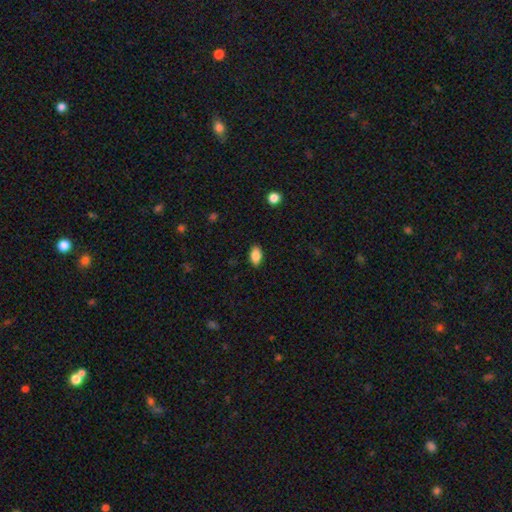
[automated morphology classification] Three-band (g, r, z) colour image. It shows a smooth galaxy with no disk features (86%) that is in between round and cigar-shaped (92%). Merging: none (89%).